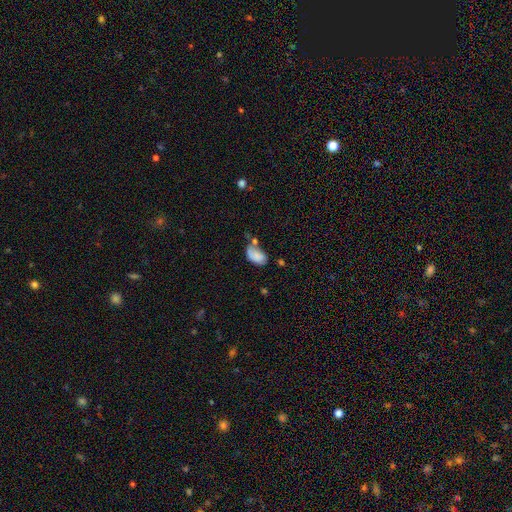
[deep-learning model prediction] Overall: smooth (77%). How rounded: in between (91%). Merging: none (34%; minor disturbance 27%).